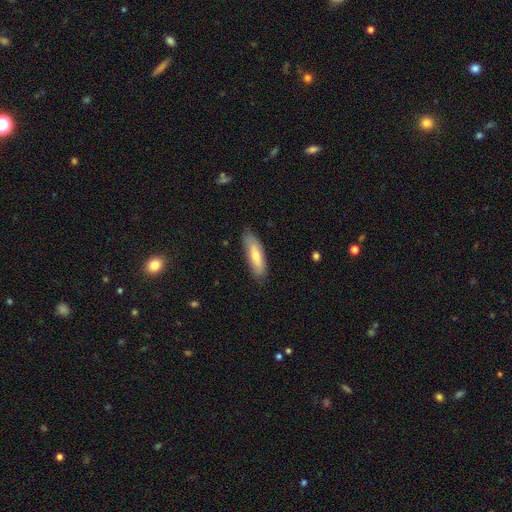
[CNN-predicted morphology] smooth_or_featured: smooth (p=0.66) [alt: featured or disk p=0.28]
how_rounded: in between (p=0.53) [alt: cigar-shaped p=0.45]
merging: none (p=0.80) [alt: minor disturbance p=0.16]